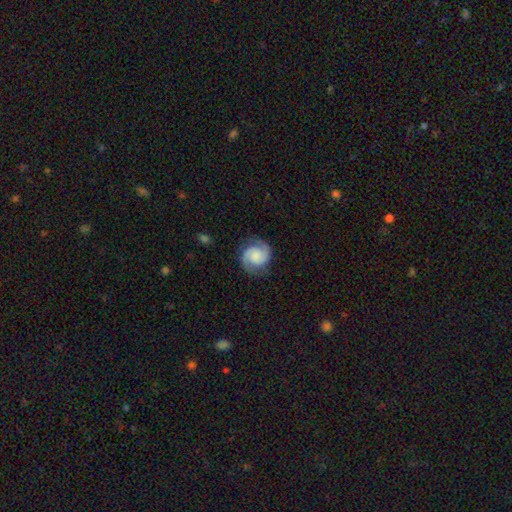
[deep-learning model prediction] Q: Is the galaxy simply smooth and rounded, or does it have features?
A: featured or disk — 78%.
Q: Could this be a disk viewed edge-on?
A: no — 98%.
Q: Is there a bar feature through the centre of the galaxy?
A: no — 65%.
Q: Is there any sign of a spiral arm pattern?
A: yes — 97%.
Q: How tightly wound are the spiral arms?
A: tight — 45%.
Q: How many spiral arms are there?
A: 2 — 90%.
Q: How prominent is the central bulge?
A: none — 33%.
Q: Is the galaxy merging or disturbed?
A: none — 81%.